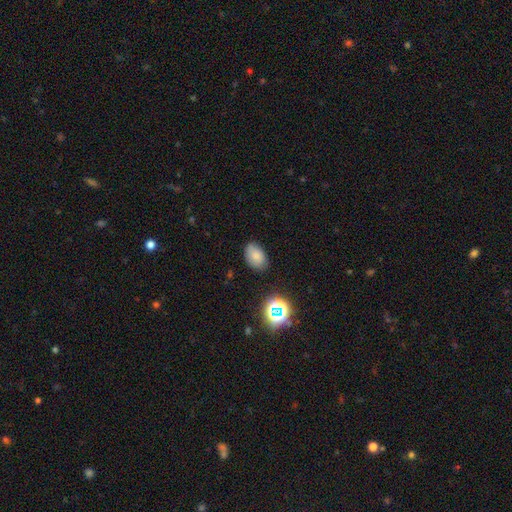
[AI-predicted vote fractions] A smooth galaxy with no disk features (79%) that is in between round and cigar-shaped (85%).

Vote fractions:
- Smooth or featured? smooth: 79% / star or artifact: 13% / featured or disk: 8%
- How rounded? in between: 85% / round: 14% / cigar-shaped: 1%
- Merging? none: 79% / minor disturbance: 16% / major disturbance: 3% / merger: 2%